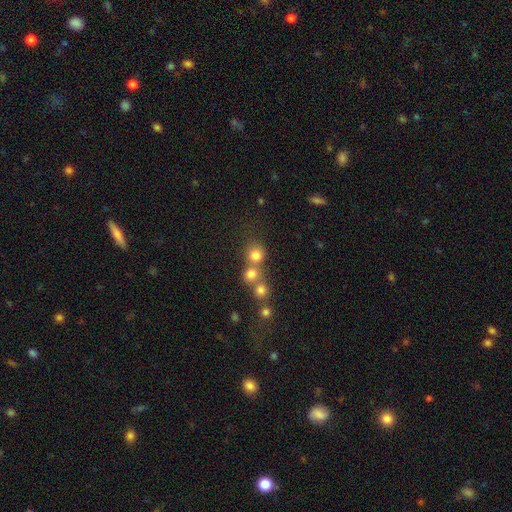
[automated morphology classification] Q: Smooth or featured?
A: smooth (77%); runner-up: star or artifact (15%)
Q: How rounded?
A: round (88%); runner-up: in between (11%)
Q: Merging?
A: none (55%); runner-up: merger (35%)